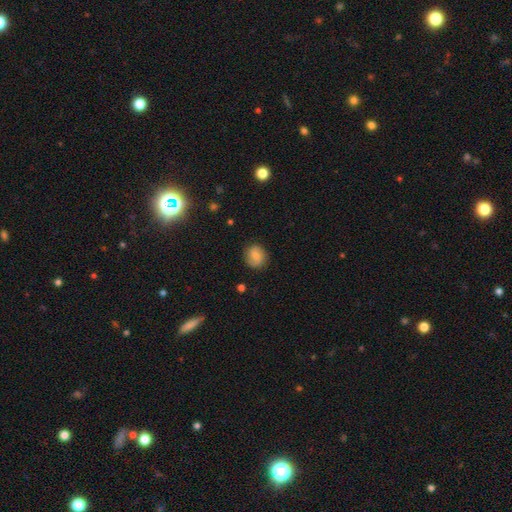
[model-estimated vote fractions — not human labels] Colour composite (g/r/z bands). It shows a smooth galaxy with no disk features (65%) that is round (75%). Merging: none (81%).